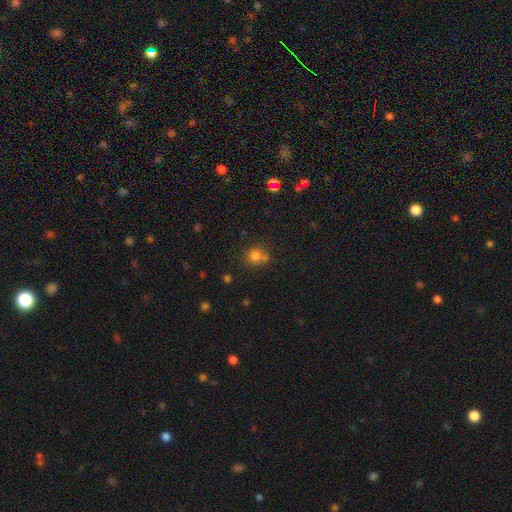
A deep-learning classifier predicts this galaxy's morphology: Smooth or featured?
  - smooth: 78% *
  - star or artifact: 15%
  - featured or disk: 7%
How rounded?
  - round: 85% *
  - in between: 14%
  - cigar-shaped: 1%
Merging?
  - none: 59% *
  - merger: 25%
  - minor disturbance: 12%
  - major disturbance: 4%